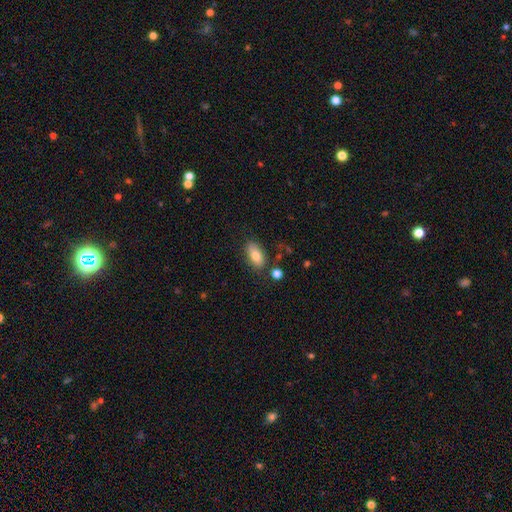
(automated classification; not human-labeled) A smooth galaxy with no disk features (81%) that is in between round and cigar-shaped (88%).

Vote fractions:
- Smooth or featured? smooth: 81% / featured or disk: 11% / star or artifact: 7%
- How rounded? in between: 88% / cigar-shaped: 9% / round: 4%
- Merging? none: 79% / minor disturbance: 13% / merger: 5% / major disturbance: 3%